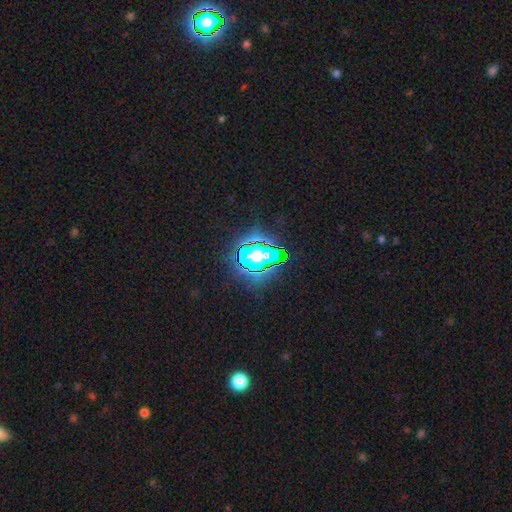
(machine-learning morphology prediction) Q: Smooth or featured?
A: star or artifact (65%); runner-up: smooth (21%)